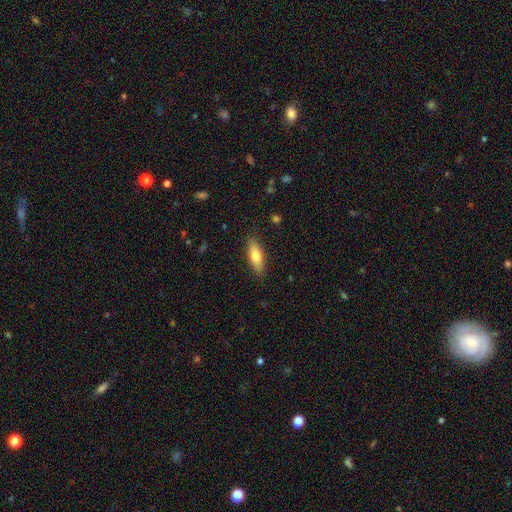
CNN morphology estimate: Q: Smooth or featured?
A: smooth (72%); runner-up: featured or disk (22%)
Q: How rounded?
A: in between (58%); runner-up: cigar-shaped (39%)
Q: Merging?
A: none (87%); runner-up: minor disturbance (10%)